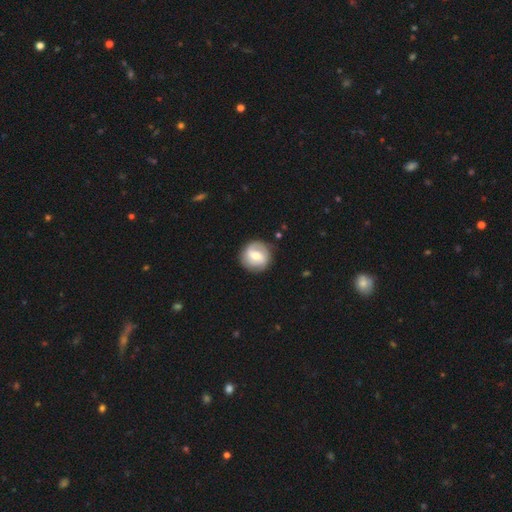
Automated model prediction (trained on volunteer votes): Smooth or featured: featured or disk — 59% (smooth — 35%)
Edge-on disk: no — 97% (yes — 3%)
Bar: weak — 49% (no — 27%)
Spiral arms: yes — 80% (no — 20%)
Bulge size: moderate — 66% (small — 26%)
Merging: none — 84% (minor disturbance — 11%)